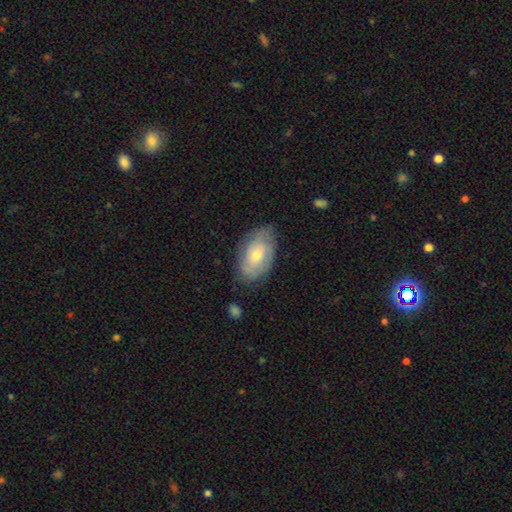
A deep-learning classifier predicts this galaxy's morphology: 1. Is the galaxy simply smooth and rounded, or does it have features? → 48% featured or disk, 46% smooth, 6% star or artifact.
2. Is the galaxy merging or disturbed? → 72% none, 21% minor disturbance, 5% major disturbance, 1% merger.